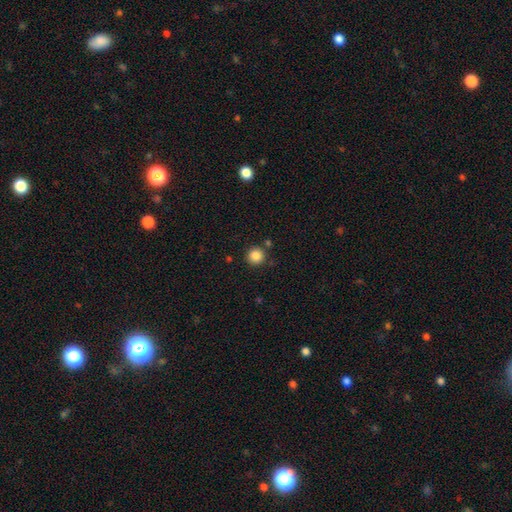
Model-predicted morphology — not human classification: The model was most divided on "smooth or featured": smooth: 86%, star or artifact: 11%, featured or disk: 4%. More confident: how rounded — round (94%); merging — none (86%).